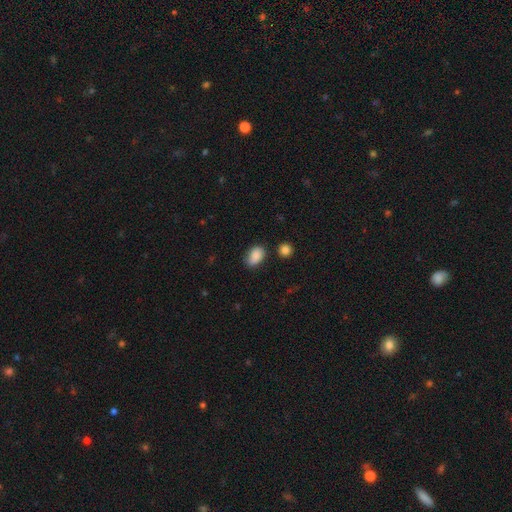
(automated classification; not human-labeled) smooth 86%, star or artifact 8%, featured or disk 6%. Down the decision tree: how rounded — in between (85%); merging — none (66%).